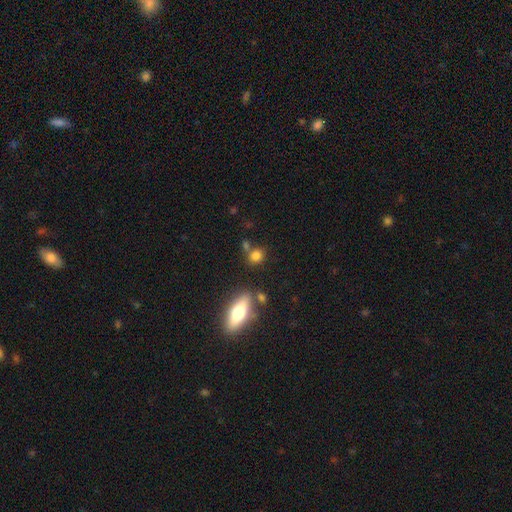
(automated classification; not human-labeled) Overall: smooth (80%). How rounded: round (73%). Merging: none (67%).